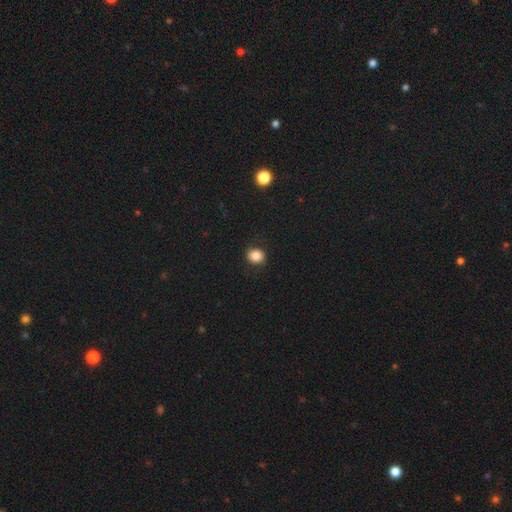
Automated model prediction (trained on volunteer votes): smooth_or_featured: smooth (p=0.84) [alt: star or artifact p=0.10]
how_rounded: round (p=0.70) [alt: in between p=0.29]
merging: none (p=0.87) [alt: minor disturbance p=0.09]